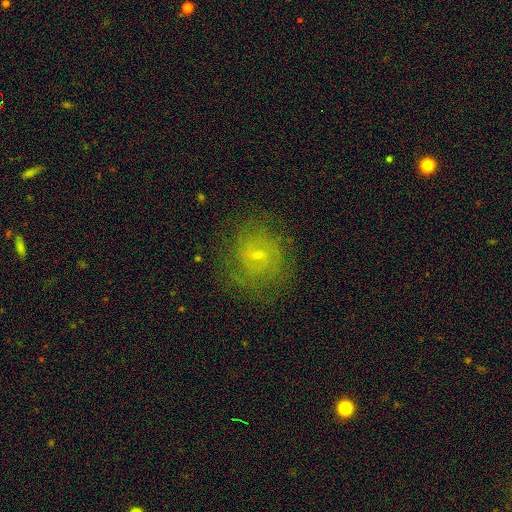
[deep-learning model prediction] Smooth or featured?
  - smooth: 44% *
  - featured or disk: 36%
  - star or artifact: 21%
Merging?
  - none: 76% *
  - minor disturbance: 15%
  - major disturbance: 8%
  - merger: 1%